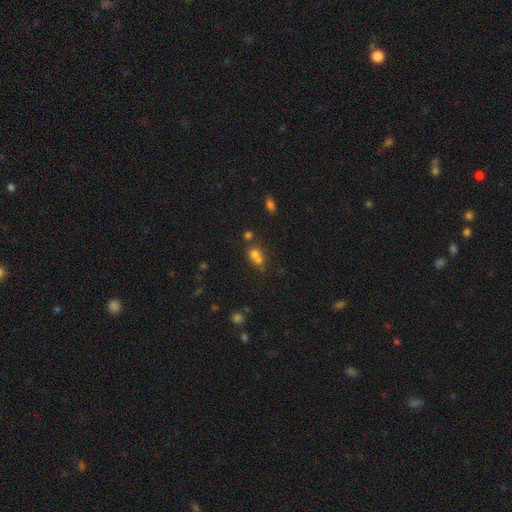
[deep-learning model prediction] This is likely a smooth galaxy (67%). How rounded: likely round (70%). Merging: possibly merger (59%).